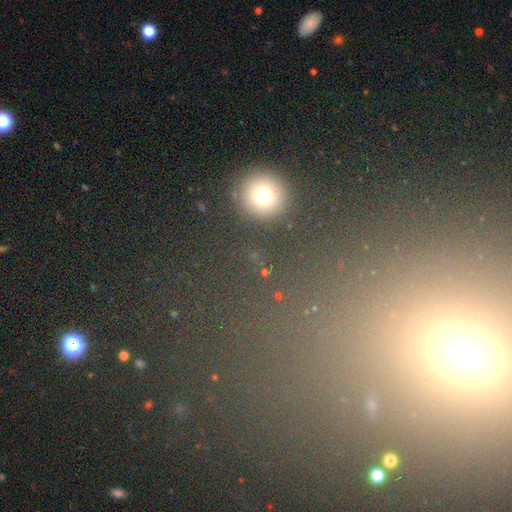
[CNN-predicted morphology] Smooth or featured?
  - smooth: 68% *
  - star or artifact: 25%
  - featured or disk: 7%
How rounded?
  - round: 86% *
  - in between: 13%
  - cigar-shaped: 2%
Merging?
  - none: 90% *
  - minor disturbance: 5%
  - major disturbance: 3%
  - merger: 2%